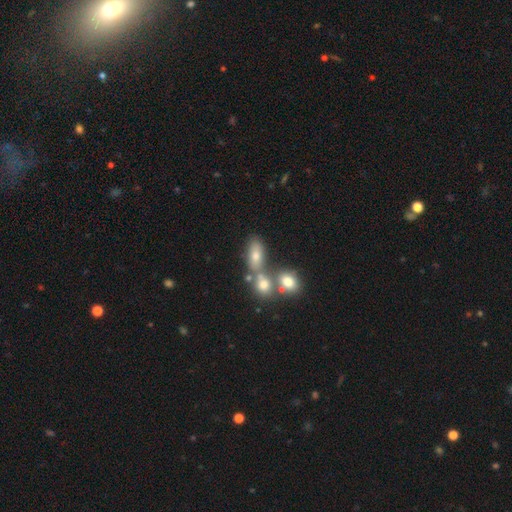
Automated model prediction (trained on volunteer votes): smooth_or_featured: smooth (p=0.69) [alt: featured or disk p=0.18]
how_rounded: in between (p=0.77) [alt: round p=0.15]
merging: none (p=0.45) [alt: merger p=0.37]